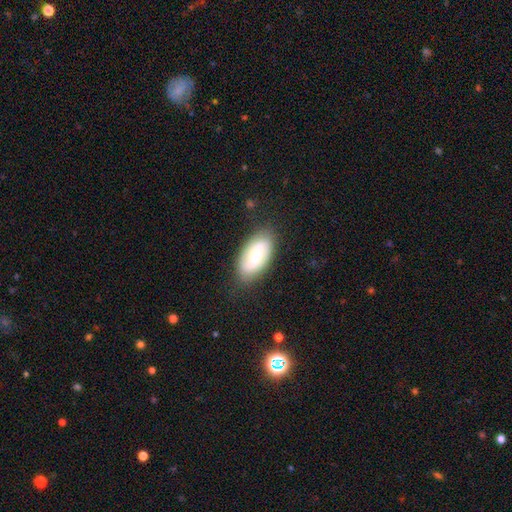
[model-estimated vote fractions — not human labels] Smooth or featured: featured or disk — 51% (smooth — 43%)
Edge-on disk: no — 92% (yes — 8%)
Merging: none — 83% (minor disturbance — 13%)